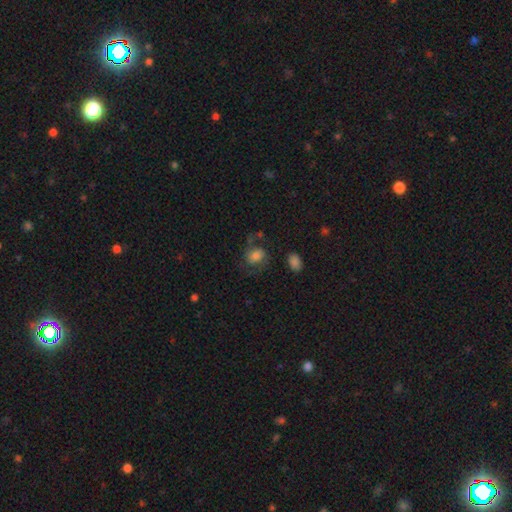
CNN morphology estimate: Smooth or featured?
  - smooth: 46% *
  - featured or disk: 42%
  - star or artifact: 12%
Merging?
  - none: 56% *
  - minor disturbance: 20%
  - major disturbance: 19%
  - merger: 5%